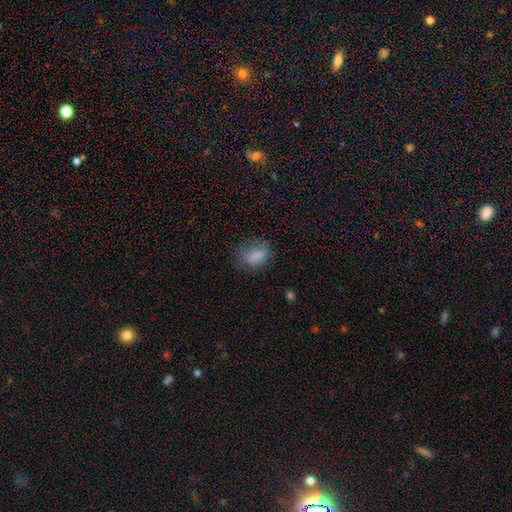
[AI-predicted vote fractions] smooth-or-featured: smooth: 82% | star or artifact: 9% | featured or disk: 9%
  how-rounded: in between: 68% | round: 30% | cigar-shaped: 2%
  merging: none: 68% | minor disturbance: 21% | major disturbance: 9% | merger: 1%